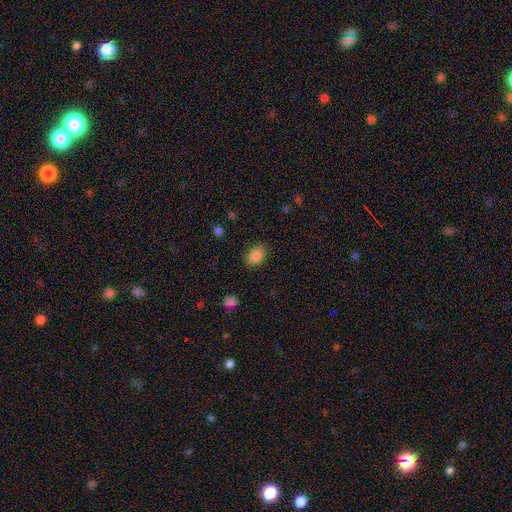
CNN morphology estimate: smooth 86%, star or artifact 9%, featured or disk 5%. Down the decision tree: how rounded — in between (80%); merging — none (85%).